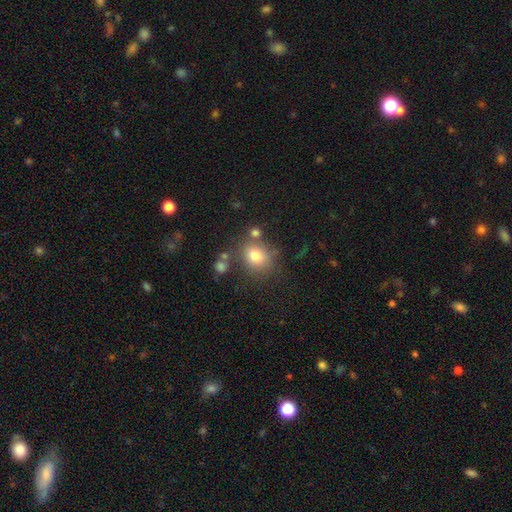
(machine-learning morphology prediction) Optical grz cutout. It shows a smooth galaxy with no disk features (79%) that is round (63%). Merging: none (69%).